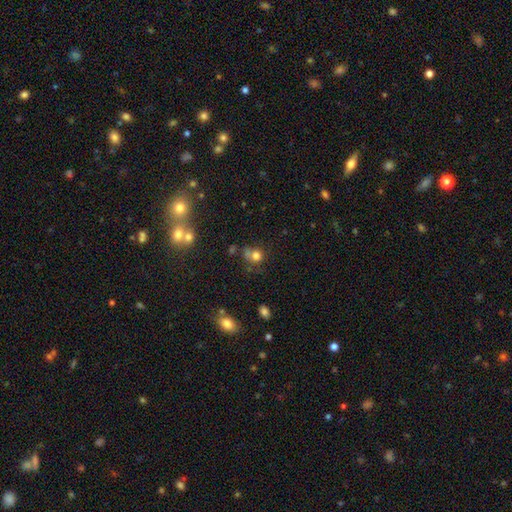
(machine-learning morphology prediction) Smooth or featured: smooth — 76% (star or artifact — 15%)
How rounded: round — 81% (in between — 18%)
Merging: none — 53% (minor disturbance — 19%)